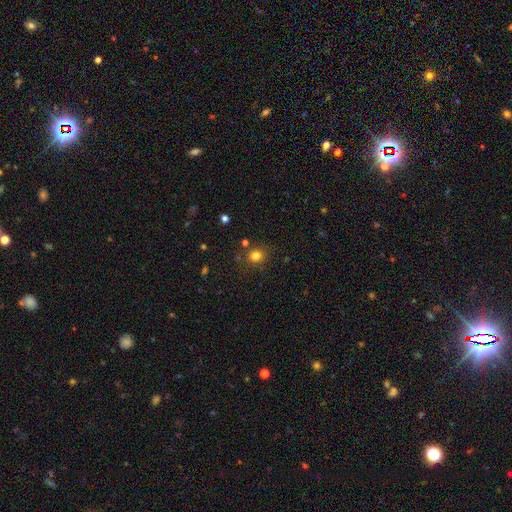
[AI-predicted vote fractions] Smooth or featured? Predicted: smooth (p=0.79). How rounded? Predicted: round (p=0.86). Merging? Predicted: none (p=0.83).